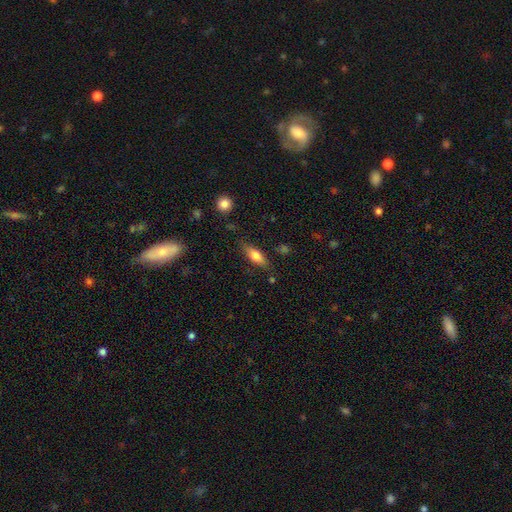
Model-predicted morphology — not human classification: smooth-or-featured: smooth: 70% | featured or disk: 23% | star or artifact: 7%
  how-rounded: in between: 66% | cigar-shaped: 31% | round: 3%
  merging: none: 77% | minor disturbance: 17% | major disturbance: 4% | merger: 3%